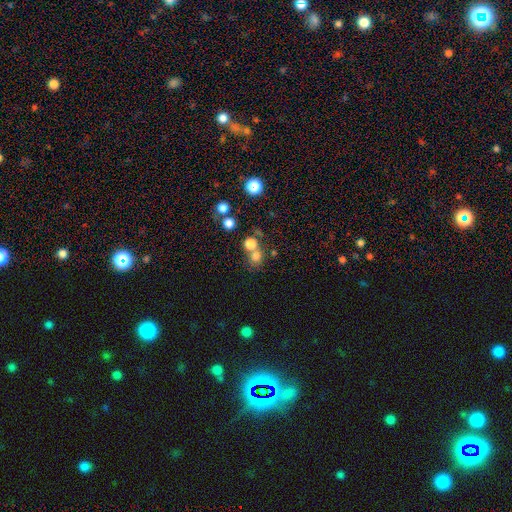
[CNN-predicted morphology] This appears to be a smooth galaxy with no disk features (72%) that is round (85%). Merging: none (57%).